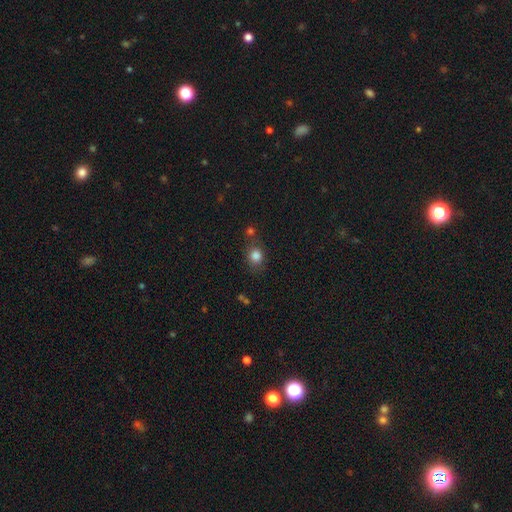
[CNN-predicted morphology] The model was most divided on "how rounded": round: 67%, in between: 32%, cigar-shaped: 1%. More confident: smooth or featured — smooth (82%); merging — none (70%).